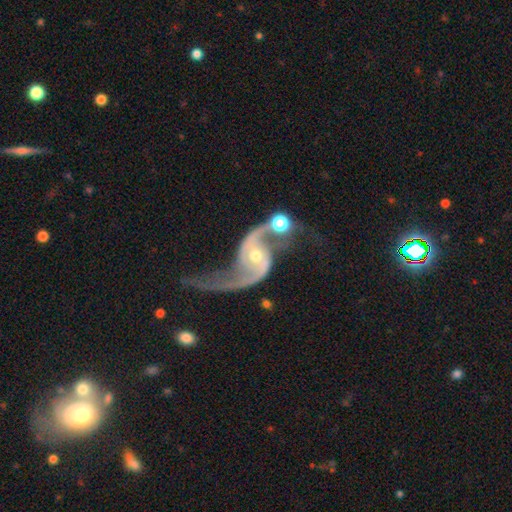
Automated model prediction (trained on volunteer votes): featured or disk 93%, star or artifact 4%, smooth 3%. Down the decision tree: edge-on disk — no (97%); bar — no (55%); spiral arms — yes (98%); spiral arm count — 2 (94%); spiral winding — loose (75%); bulge size — moderate (56%); merging — none (47%).